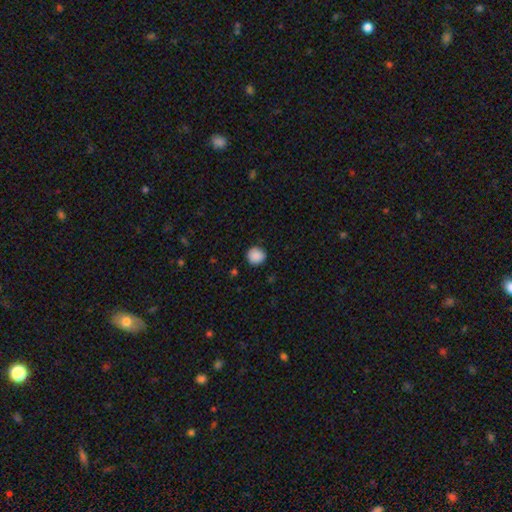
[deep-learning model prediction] Overall: smooth (89%). How rounded: round (91%). Merging: none (90%).